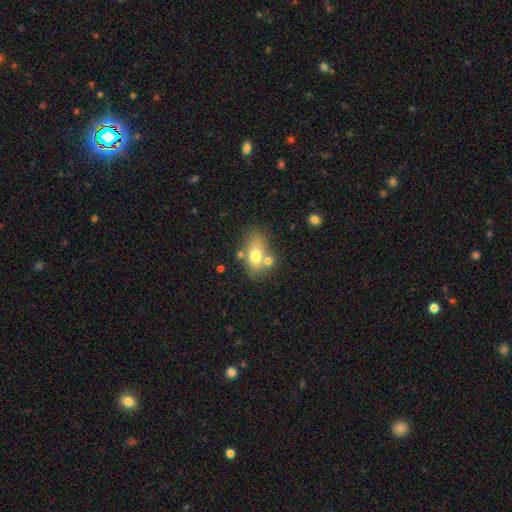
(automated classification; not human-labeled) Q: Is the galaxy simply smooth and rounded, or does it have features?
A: smooth — 68%.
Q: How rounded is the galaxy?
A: in between — 80%.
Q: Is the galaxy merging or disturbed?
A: none — 50%.